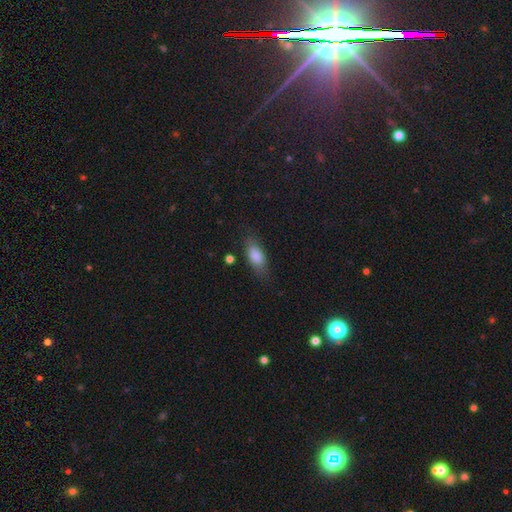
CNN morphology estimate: Smooth or featured? smooth (83%)
How rounded? in between (80%)
Merging? none (75%)